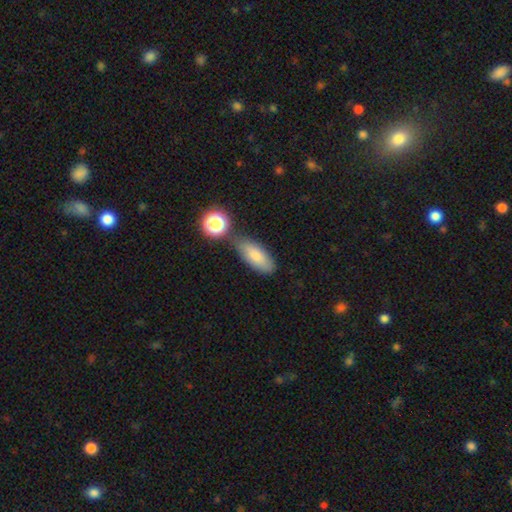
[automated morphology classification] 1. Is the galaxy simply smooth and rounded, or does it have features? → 80% smooth, 11% featured or disk, 9% star or artifact.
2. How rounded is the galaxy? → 79% in between, 17% cigar-shaped, 4% round.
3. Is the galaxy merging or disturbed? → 66% none, 16% minor disturbance, 13% merger, 5% major disturbance.